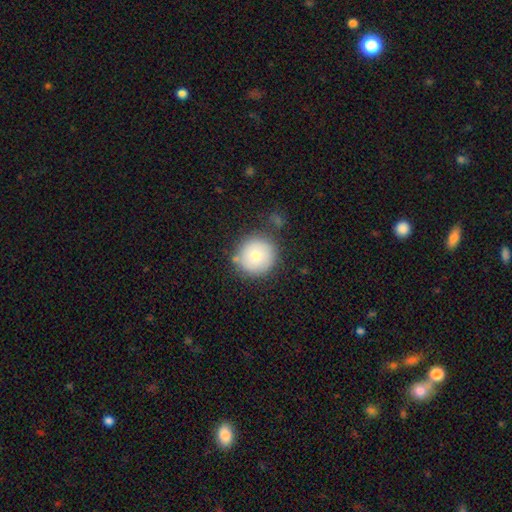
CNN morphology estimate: Smooth or featured? smooth (76%)
How rounded? round (95%)
Merging? none (78%)